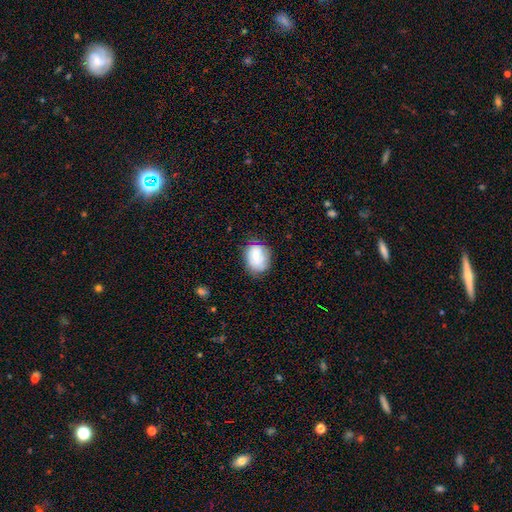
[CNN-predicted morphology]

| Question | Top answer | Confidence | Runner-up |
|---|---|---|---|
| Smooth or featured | smooth | 67% | featured or disk (24%) |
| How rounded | in between | 58% | round (42%) |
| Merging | none | 70% | minor disturbance (23%) |